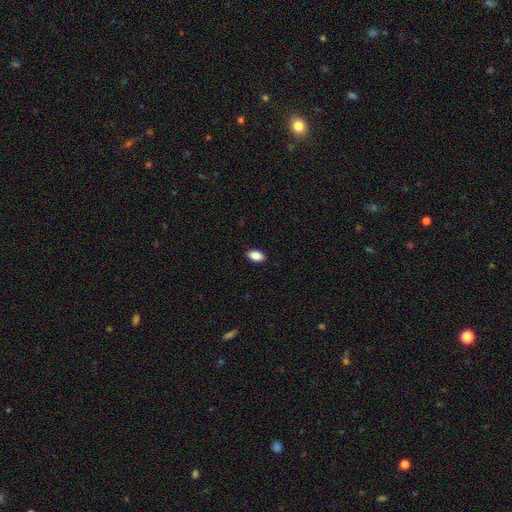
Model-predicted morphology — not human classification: smooth_or_featured: smooth (p=0.88) [alt: star or artifact p=0.08]
how_rounded: in between (p=0.92) [alt: round p=0.06]
merging: none (p=0.89) [alt: minor disturbance p=0.08]